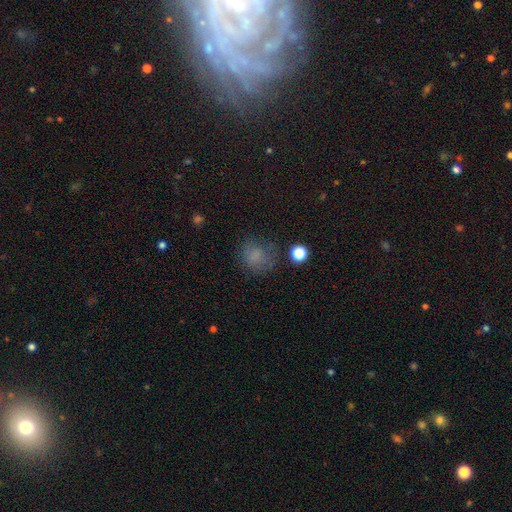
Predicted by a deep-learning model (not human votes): smooth_or_featured: smooth (p=0.74) [alt: star or artifact p=0.16]
how_rounded: round (p=0.76) [alt: in between p=0.23]
merging: none (p=0.67) [alt: minor disturbance p=0.20]